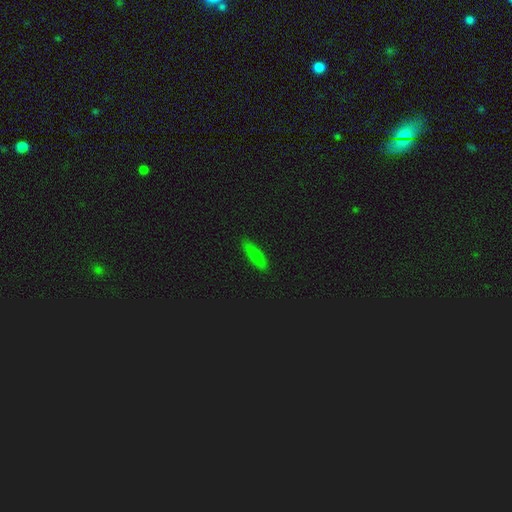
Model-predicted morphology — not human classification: Smooth or featured?
  - smooth: 79% *
  - star or artifact: 12%
  - featured or disk: 9%
How rounded?
  - cigar-shaped: 60% *
  - in between: 37%
  - round: 3%
Merging?
  - none: 85% *
  - minor disturbance: 11%
  - major disturbance: 2%
  - merger: 1%